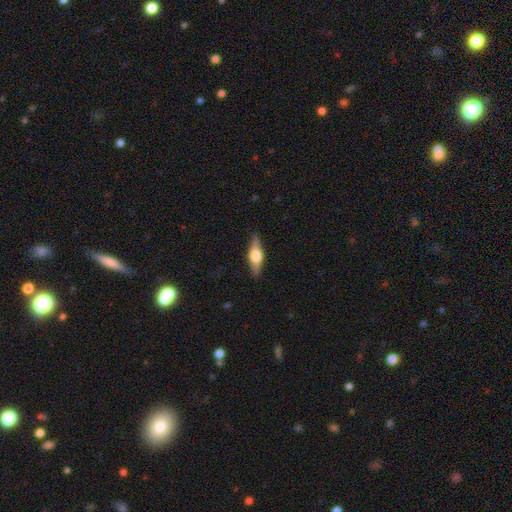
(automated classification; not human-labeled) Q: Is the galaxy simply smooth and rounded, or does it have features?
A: featured or disk — 56%.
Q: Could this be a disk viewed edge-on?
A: yes — 93%.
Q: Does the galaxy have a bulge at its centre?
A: rounded — 92%.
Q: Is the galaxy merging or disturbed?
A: none — 87%.